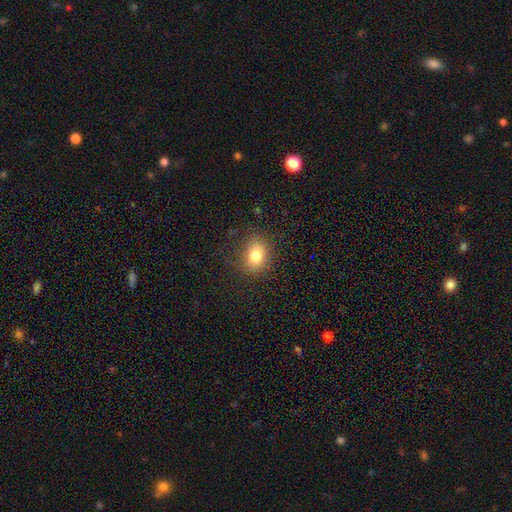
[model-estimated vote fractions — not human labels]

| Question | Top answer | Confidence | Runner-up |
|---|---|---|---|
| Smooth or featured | smooth | 79% | star or artifact (12%) |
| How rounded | in between | 55% | round (44%) |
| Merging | none | 80% | minor disturbance (13%) |